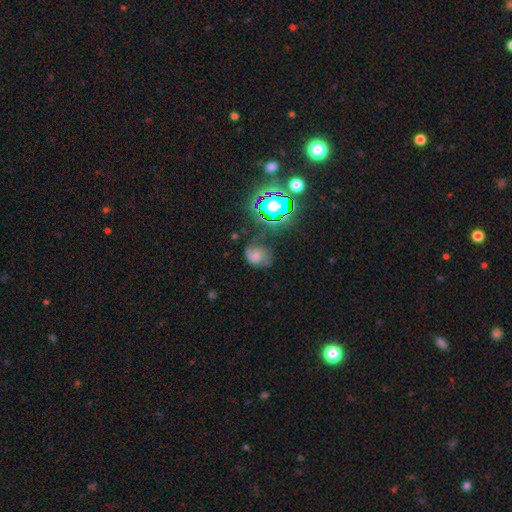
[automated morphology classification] featured or disk 47%, smooth 34%, star or artifact 18%. Down the decision tree: merging — none (51%).